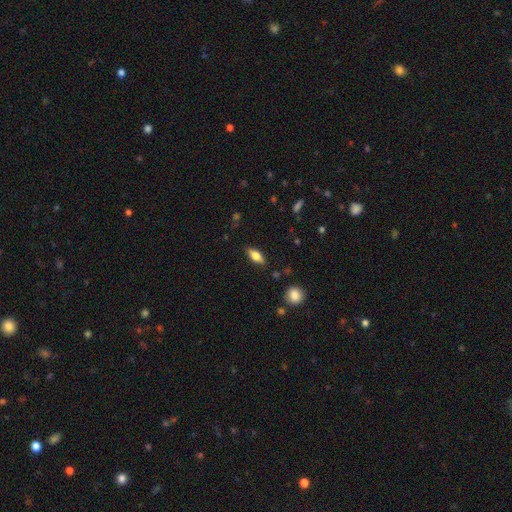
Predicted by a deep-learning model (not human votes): This appears to be a smooth galaxy with no disk features (68%) that is in between round and cigar-shaped (77%). Merging: none (85%).